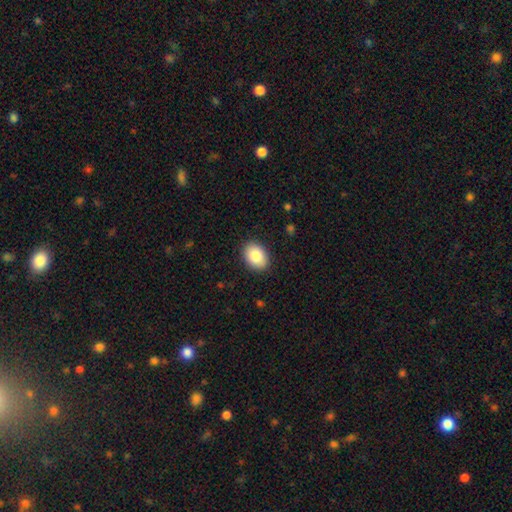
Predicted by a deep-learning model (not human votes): A smooth galaxy with no disk features (85%) that is in between round and cigar-shaped (74%). Merging: none (89%).